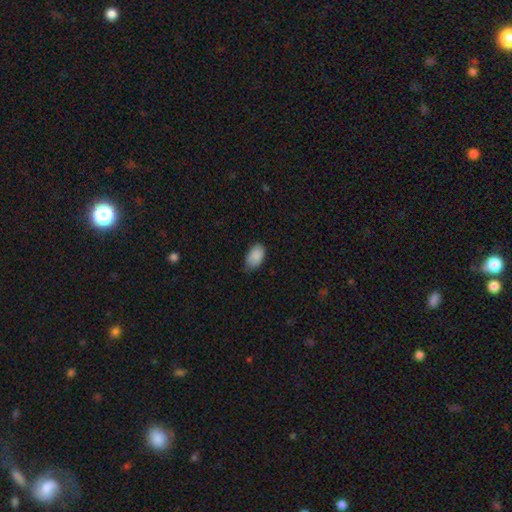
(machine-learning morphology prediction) Q: Smooth or featured?
A: smooth (89%); runner-up: star or artifact (7%)
Q: How rounded?
A: in between (93%); runner-up: round (6%)
Q: Merging?
A: none (74%); runner-up: minor disturbance (22%)